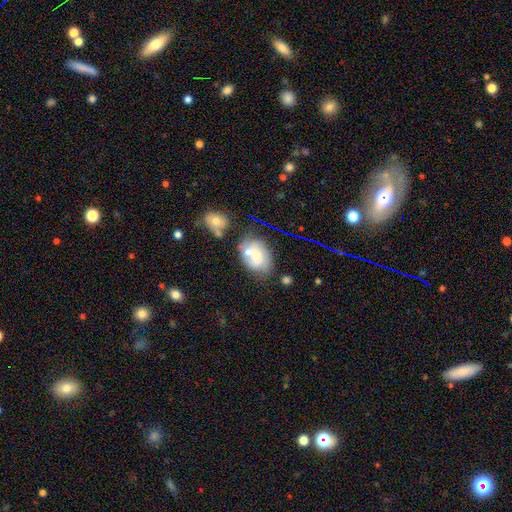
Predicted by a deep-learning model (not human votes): A smooth galaxy with no disk features (52%) that is in between round and cigar-shaped (67%).

Vote fractions:
- Smooth or featured? smooth: 52% / featured or disk: 38% / star or artifact: 10%
- How rounded? in between: 67% / round: 32% / cigar-shaped: 1%
- Merging? none: 41% / merger: 33% / minor disturbance: 18% / major disturbance: 8%